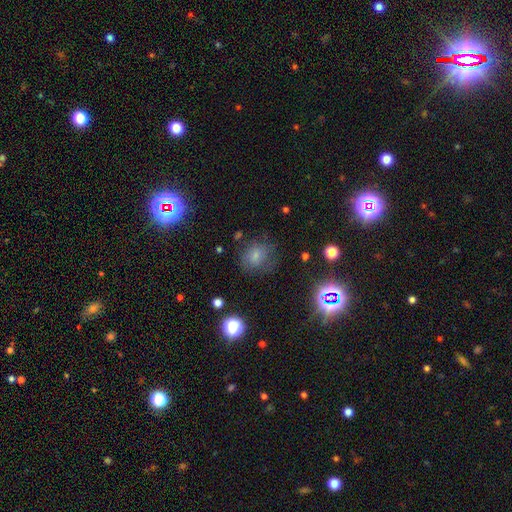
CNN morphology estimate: smooth_or_featured: smooth (p=0.69) [alt: star or artifact p=0.16]
how_rounded: round (p=0.66) [alt: in between p=0.33]
merging: none (p=0.61) [alt: minor disturbance p=0.22]